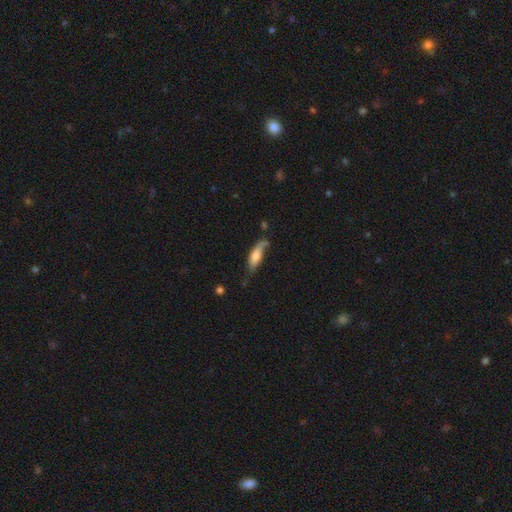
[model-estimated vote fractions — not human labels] Q: Smooth or featured?
A: smooth (66%); runner-up: featured or disk (27%)
Q: How rounded?
A: in between (56%); runner-up: cigar-shaped (42%)
Q: Merging?
A: none (44%); runner-up: minor disturbance (31%)